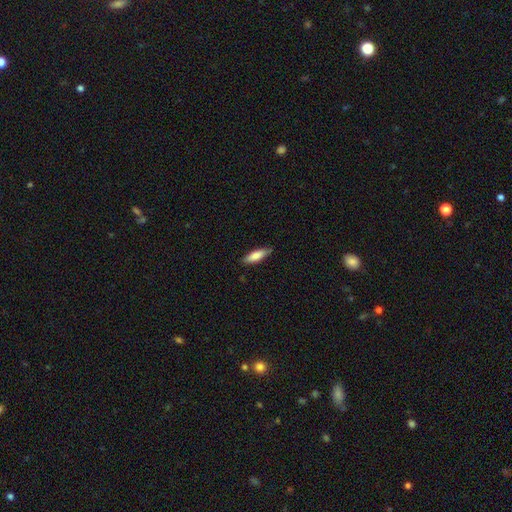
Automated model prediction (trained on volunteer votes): This appears to be a smooth galaxy with no disk features (78%) that is cigar-shaped (52%). Merging: none (83%).